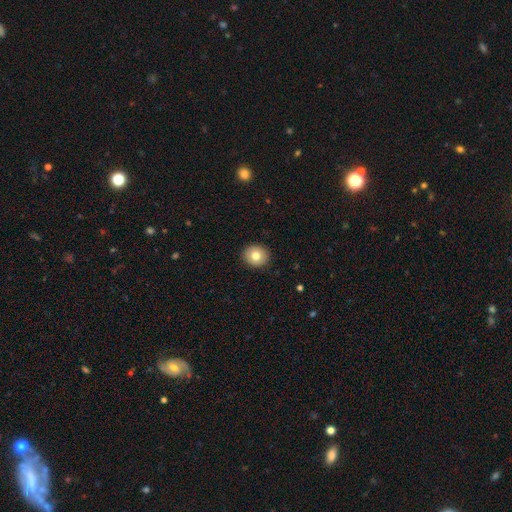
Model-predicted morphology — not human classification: Smooth or featured?
  - smooth: 78% *
  - featured or disk: 13%
  - star or artifact: 9%
How rounded?
  - round: 82% *
  - in between: 17%
  - cigar-shaped: 1%
Merging?
  - none: 91% *
  - minor disturbance: 6%
  - major disturbance: 2%
  - merger: 1%